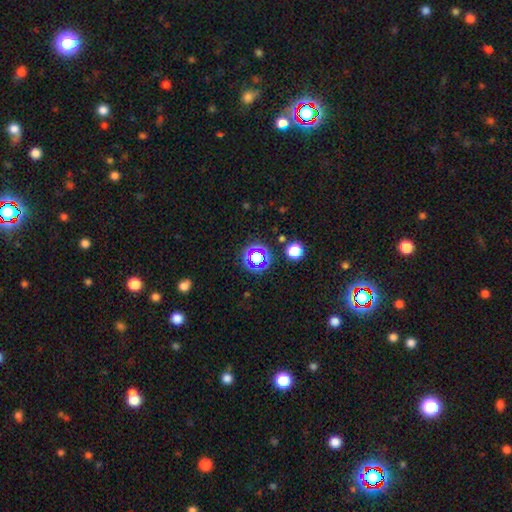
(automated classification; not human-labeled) Overall: star or artifact (59%; smooth 30%).